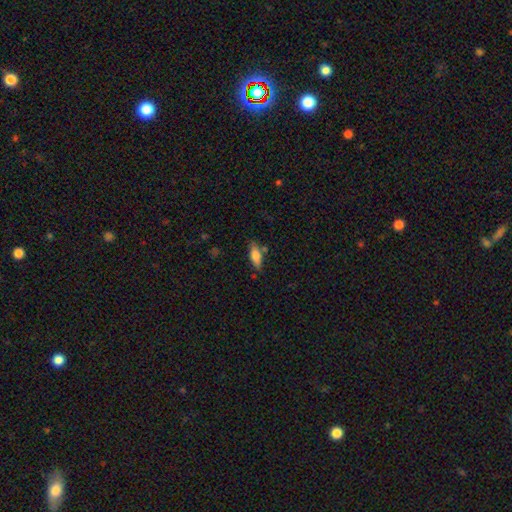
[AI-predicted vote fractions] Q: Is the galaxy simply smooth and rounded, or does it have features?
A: smooth — 75%.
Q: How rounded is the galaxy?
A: in between — 63%.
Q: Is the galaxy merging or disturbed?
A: none — 73%.